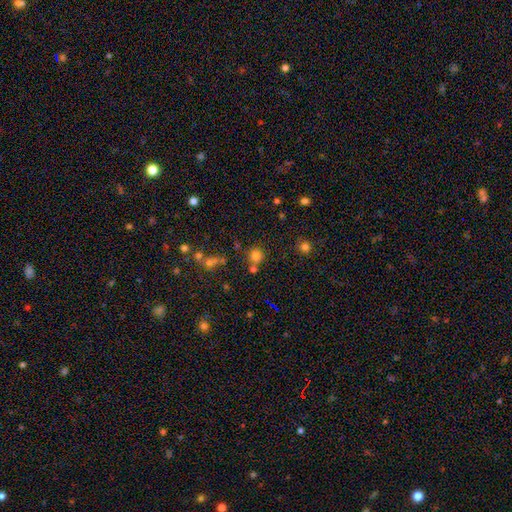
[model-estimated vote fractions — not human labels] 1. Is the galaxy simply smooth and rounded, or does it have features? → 74% smooth, 19% star or artifact, 7% featured or disk.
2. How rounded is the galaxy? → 89% round, 10% in between, 1% cigar-shaped.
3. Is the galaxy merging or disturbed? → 71% none, 16% merger, 9% minor disturbance, 4% major disturbance.